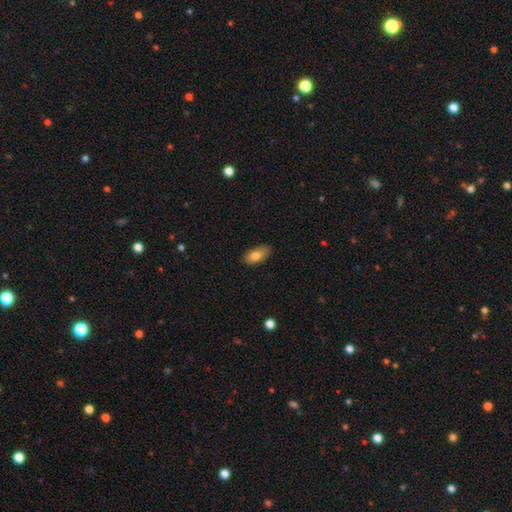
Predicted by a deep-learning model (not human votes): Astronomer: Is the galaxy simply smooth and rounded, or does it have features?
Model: smooth — 80%.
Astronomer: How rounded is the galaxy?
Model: in between — 91%.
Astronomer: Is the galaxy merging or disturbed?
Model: none — 84%.